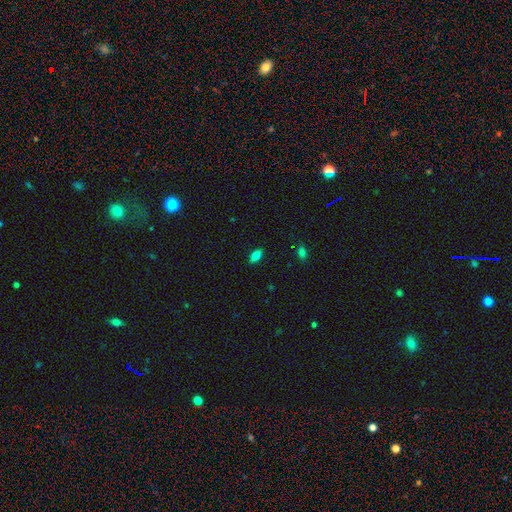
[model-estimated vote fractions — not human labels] Smooth or featured? Predicted: smooth (p=0.77). How rounded? Predicted: in between (p=0.87). Merging? Predicted: none (p=0.87).